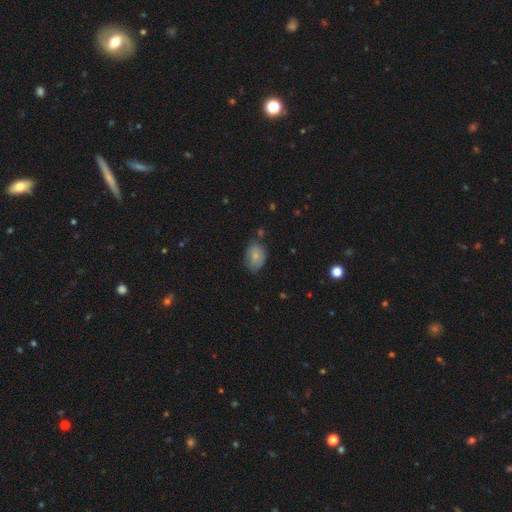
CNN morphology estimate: A smooth galaxy with no disk features (79%) that is in between round and cigar-shaped (81%).

Vote fractions:
- Smooth or featured? smooth: 79% / featured or disk: 13% / star or artifact: 8%
- How rounded? in between: 81% / round: 18% / cigar-shaped: 1%
- Merging? none: 64% / minor disturbance: 27% / major disturbance: 6% / merger: 3%